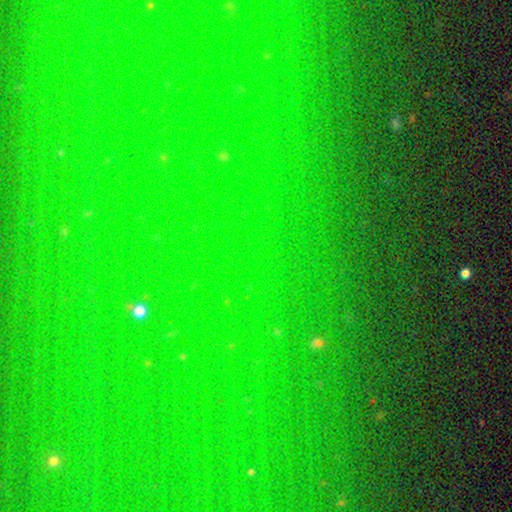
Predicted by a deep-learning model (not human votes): star or artifact 81%, smooth 11%, featured or disk 8%.